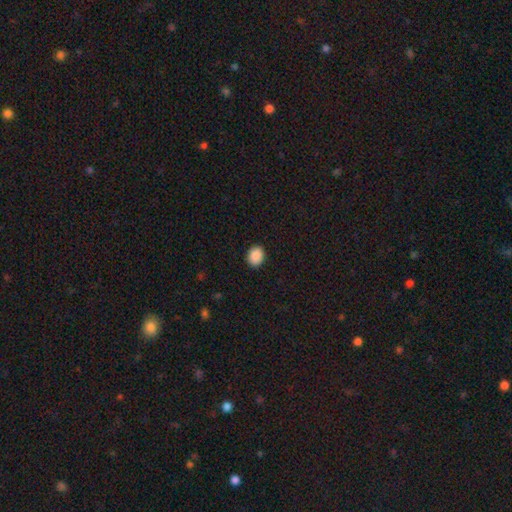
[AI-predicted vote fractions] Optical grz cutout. It shows a smooth galaxy with no disk features (89%) that is round (52%). Merging: none (91%).